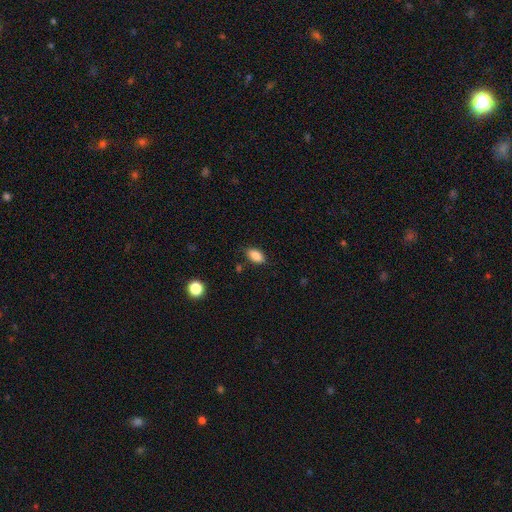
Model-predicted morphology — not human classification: type=smooth (87%); roundness=in between (90%); merging=none (83%).